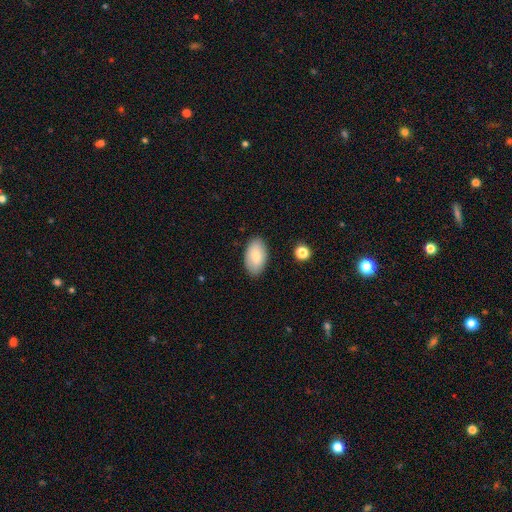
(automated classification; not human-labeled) smooth_or_featured: smooth (p=0.83) [alt: featured or disk p=0.10]
how_rounded: in between (p=0.95) [alt: round p=0.03]
merging: none (p=0.86) [alt: minor disturbance p=0.10]